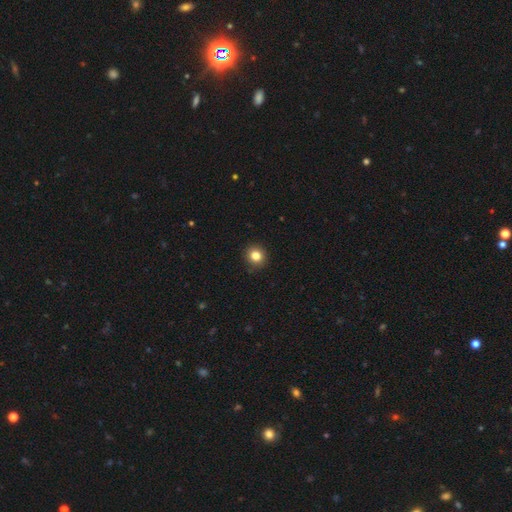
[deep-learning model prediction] smooth 83%, star or artifact 11%, featured or disk 6%. Down the decision tree: how rounded — round (89%); merging — none (91%).